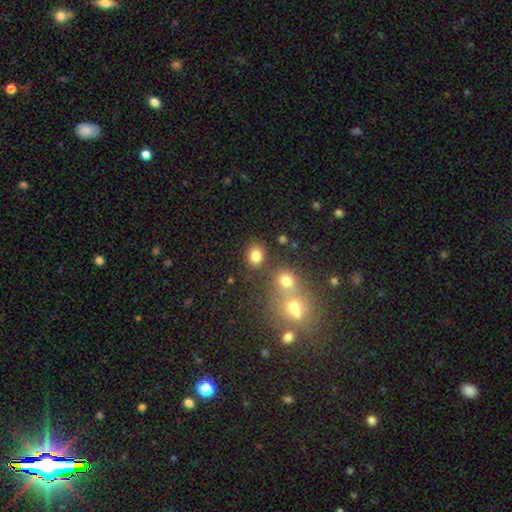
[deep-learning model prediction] Smooth or featured: smooth — 81% (star or artifact — 13%)
How rounded: round — 54% (in between — 45%)
Merging: none — 75% (merger — 11%)